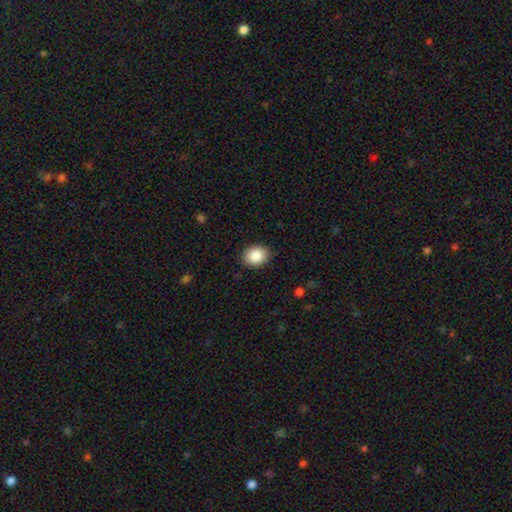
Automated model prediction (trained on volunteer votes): Smooth or featured? Predicted: smooth (p=0.88). How rounded? Predicted: round (p=0.51). Merging? Predicted: none (p=0.88).